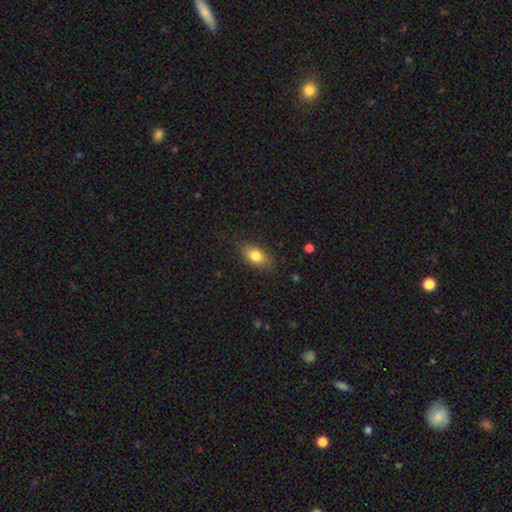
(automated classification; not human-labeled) smooth_or_featured: smooth (p=0.79) [alt: featured or disk p=0.13]
how_rounded: in between (p=0.86) [alt: round p=0.09]
merging: none (p=0.82) [alt: minor disturbance p=0.13]